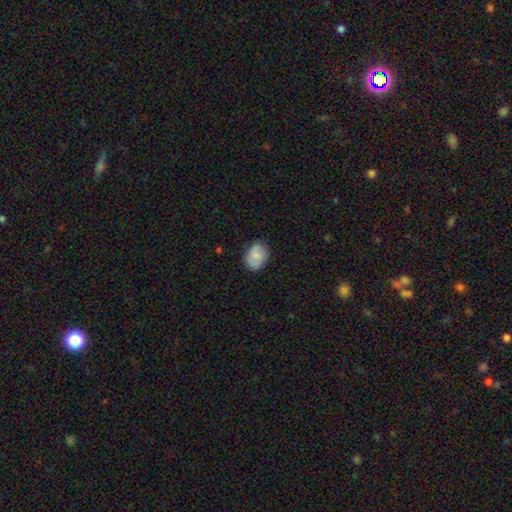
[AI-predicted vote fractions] Morphology: type=smooth (75%); roundness=in between (66%); merging=none (73%).